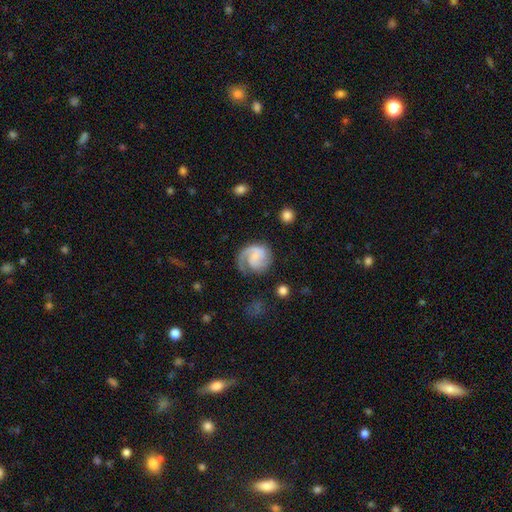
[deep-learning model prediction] A featured or disk galaxy (78%) with no bar (57%), 2 (47%) medium (44%) spiral arms (96%) and a small central bulge (58%). Merging: none (61%).